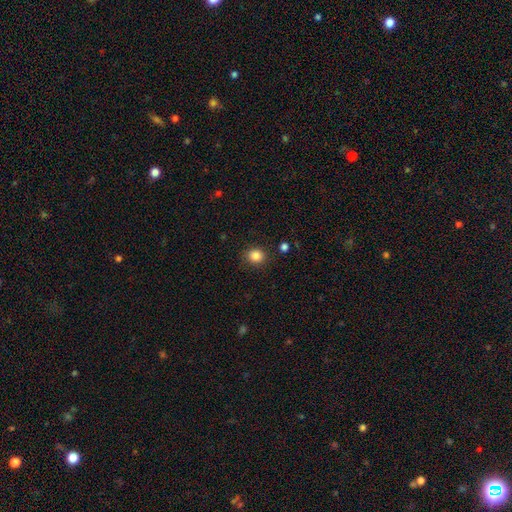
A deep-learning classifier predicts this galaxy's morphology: Q: Smooth or featured?
A: smooth (85%); runner-up: star or artifact (11%)
Q: How rounded?
A: round (79%); runner-up: in between (20%)
Q: Merging?
A: none (87%); runner-up: minor disturbance (8%)